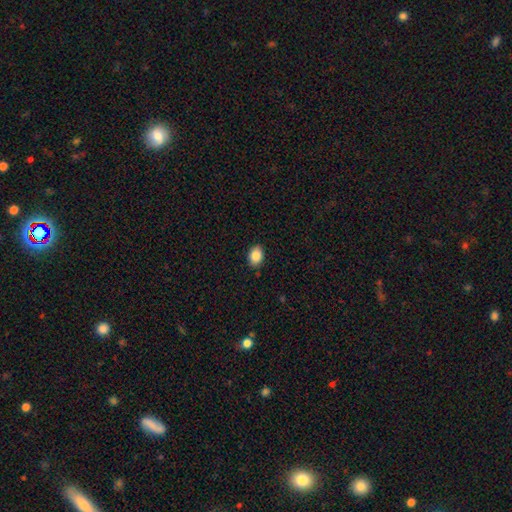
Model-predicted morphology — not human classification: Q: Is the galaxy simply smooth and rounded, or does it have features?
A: smooth — 87%.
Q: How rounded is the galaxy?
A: in between — 76%.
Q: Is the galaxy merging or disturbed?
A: none — 87%.